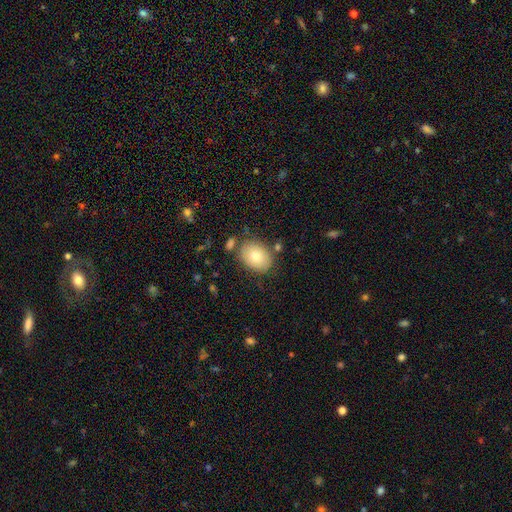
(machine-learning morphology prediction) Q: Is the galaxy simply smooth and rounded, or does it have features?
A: smooth — 78%.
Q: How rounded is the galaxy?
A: in between — 68%.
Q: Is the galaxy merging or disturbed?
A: none — 78%.